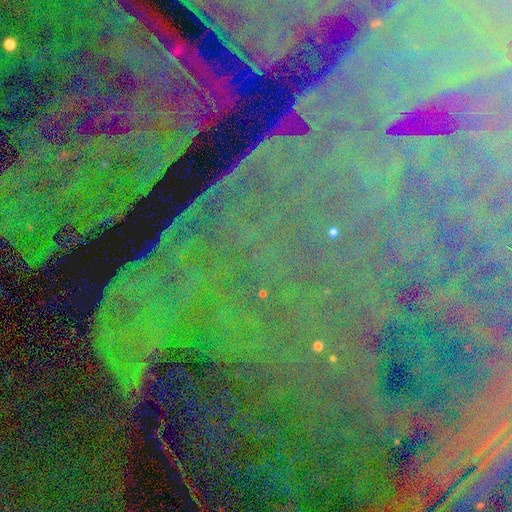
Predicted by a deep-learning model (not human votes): Morphology: type=star or artifact (86%).